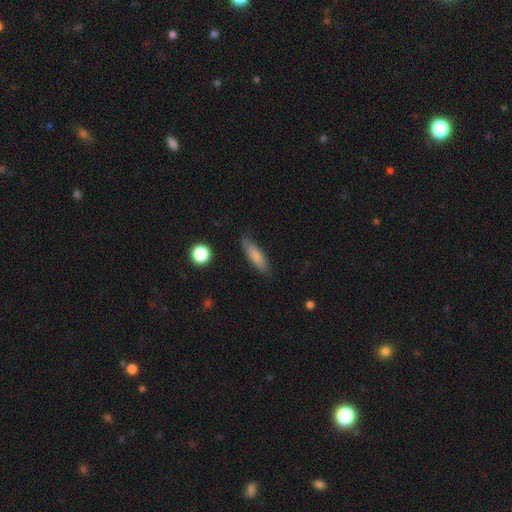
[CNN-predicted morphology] Smooth or featured? Predicted: smooth (p=0.79). How rounded? Predicted: cigar-shaped (p=0.55). Merging? Predicted: none (p=0.76).